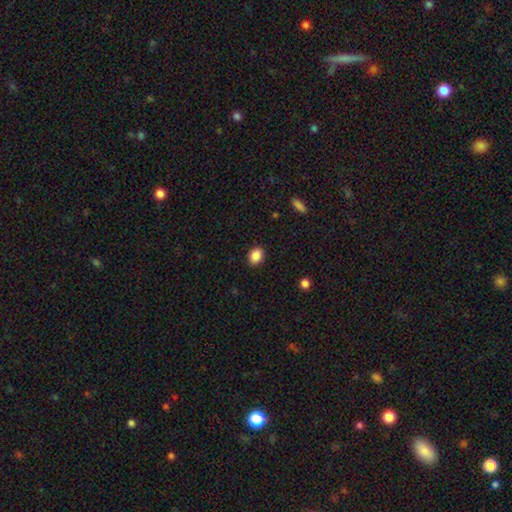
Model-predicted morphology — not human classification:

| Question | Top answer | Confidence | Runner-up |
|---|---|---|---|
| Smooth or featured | smooth | 87% | star or artifact (9%) |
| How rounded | in between | 62% | round (37%) |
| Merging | none | 90% | minor disturbance (7%) |